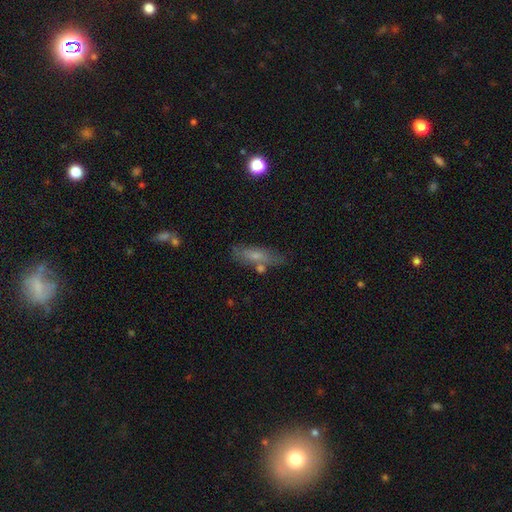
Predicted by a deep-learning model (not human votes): The model was most divided on "how rounded": in between: 49%, cigar-shaped: 47%, round: 3%. More confident: merging — none (65%); smooth or featured — smooth (59%).